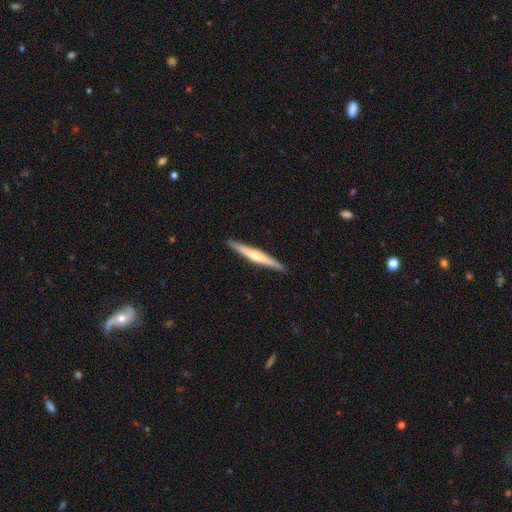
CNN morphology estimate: Smooth or featured? featured or disk (53%)
Edge-on disk? yes (97%)
Edge-on bulge? rounded (59%)
Merging? none (91%)